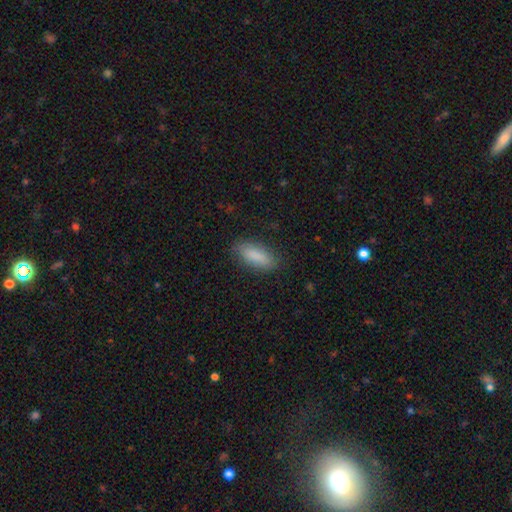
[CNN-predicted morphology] A smooth galaxy with no disk features (87%) that is in between round and cigar-shaped (70%).

Vote fractions:
- Smooth or featured? smooth: 87% / star or artifact: 6% / featured or disk: 6%
- How rounded? in between: 70% / cigar-shaped: 28% / round: 2%
- Merging? none: 85% / minor disturbance: 11% / major disturbance: 3% / merger: 1%